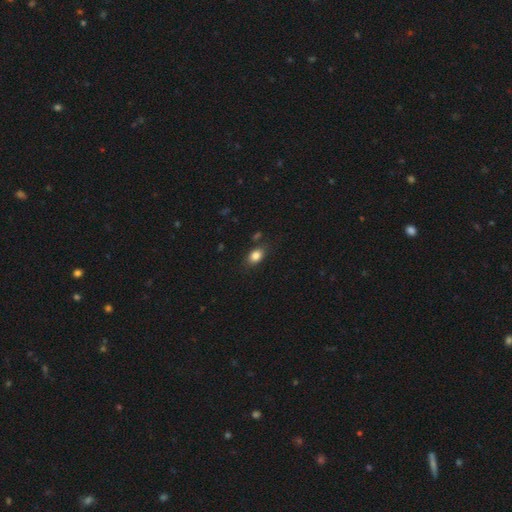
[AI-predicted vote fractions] smooth_or_featured: smooth (p=0.84) [alt: star or artifact p=0.09]
how_rounded: in between (p=0.77) [alt: round p=0.21]
merging: none (p=0.78) [alt: minor disturbance p=0.15]